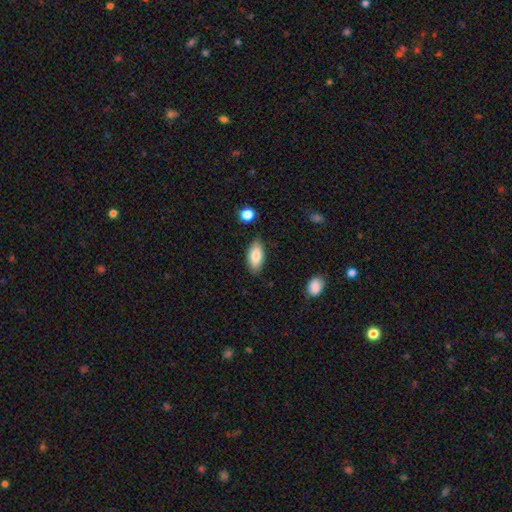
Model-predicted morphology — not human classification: This is clearly a smooth galaxy (84%). How rounded: clearly in between (88%). Merging: clearly none (83%).